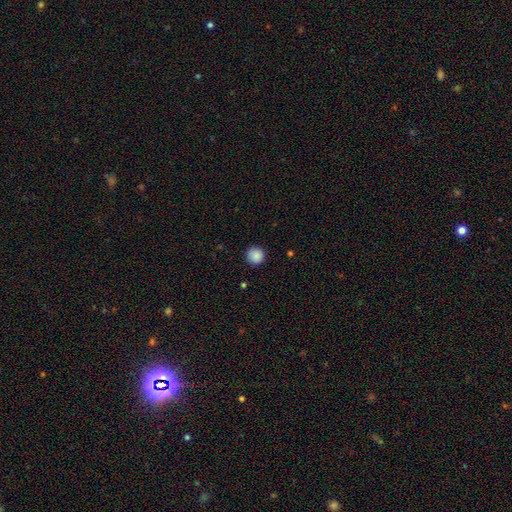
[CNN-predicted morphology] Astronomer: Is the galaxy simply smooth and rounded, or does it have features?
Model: smooth — 88%.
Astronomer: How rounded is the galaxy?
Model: round — 95%.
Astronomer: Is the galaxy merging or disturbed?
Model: none — 91%.